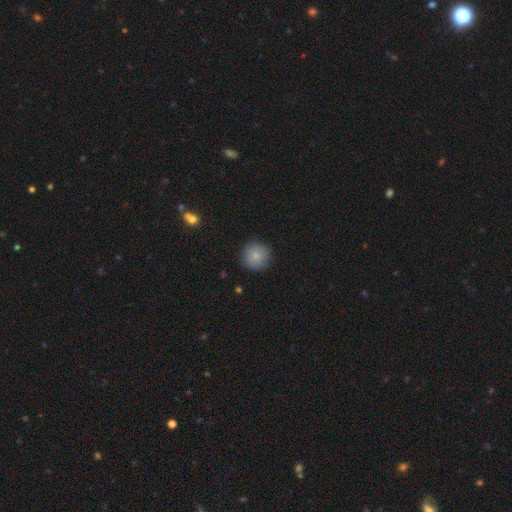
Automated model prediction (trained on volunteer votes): Overall: smooth (84%). How rounded: round (95%). Merging: none (90%).